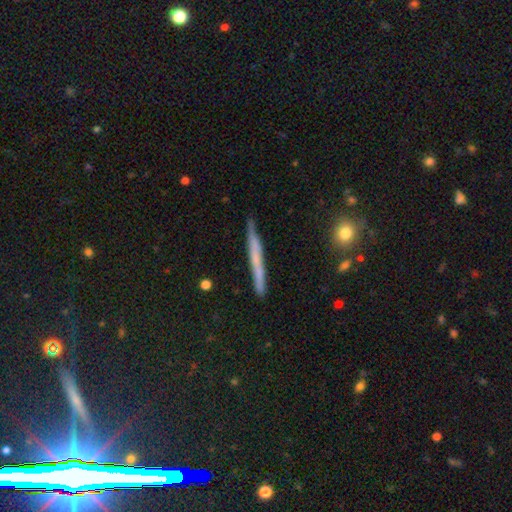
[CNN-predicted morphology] smooth_or_featured: featured or disk (p=0.47) [alt: smooth p=0.46]
merging: none (p=0.84) [alt: minor disturbance p=0.12]